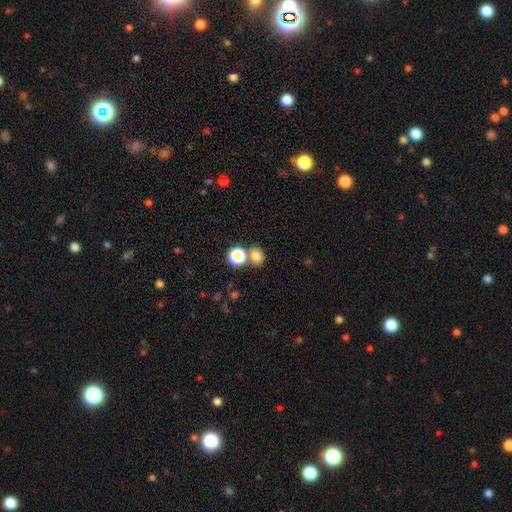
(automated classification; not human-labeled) Smooth or featured? smooth (79%)
How rounded? round (69%)
Merging? none (57%)